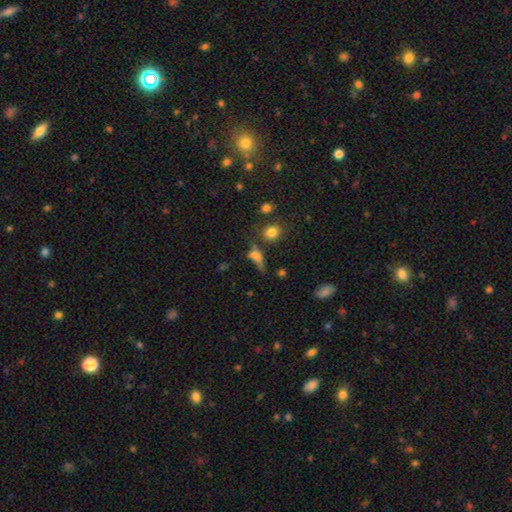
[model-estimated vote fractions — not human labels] smooth-or-featured: smooth: 60% | featured or disk: 22% | star or artifact: 18%
  how-rounded: in between: 45% | cigar-shaped: 38% | round: 17%
  merging: none: 42% | minor disturbance: 21% | major disturbance: 20% | merger: 17%